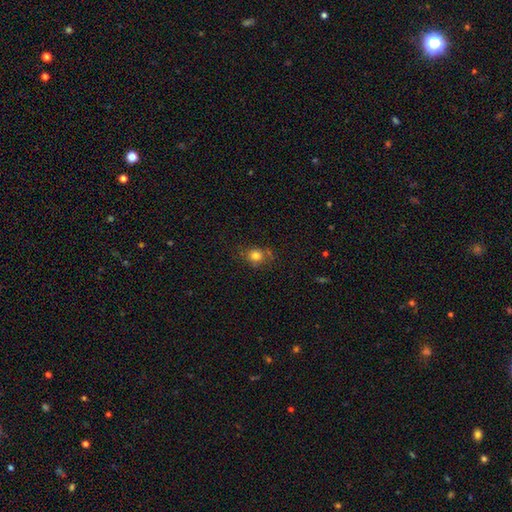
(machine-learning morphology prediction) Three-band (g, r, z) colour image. It shows a smooth galaxy with no disk features (78%) that is round (75%). Merging: none (69%).